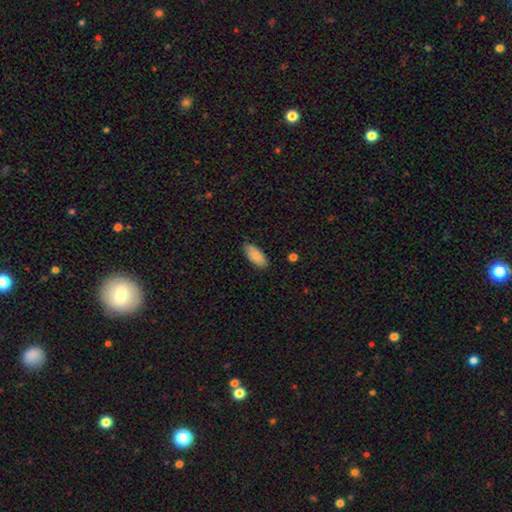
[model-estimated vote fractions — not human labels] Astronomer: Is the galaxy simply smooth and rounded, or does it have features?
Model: smooth — 89%.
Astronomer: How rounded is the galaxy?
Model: in between — 86%.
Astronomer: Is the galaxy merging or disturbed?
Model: none — 85%.